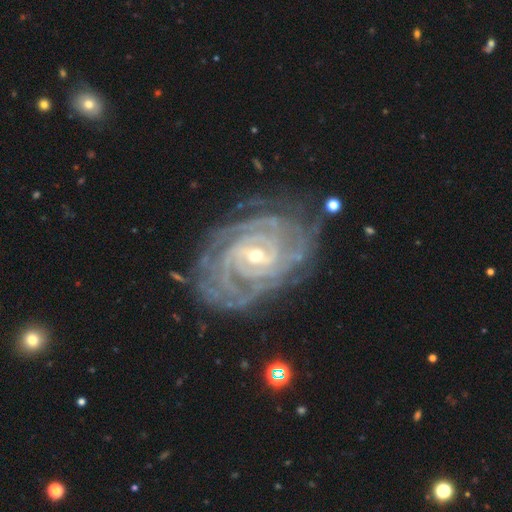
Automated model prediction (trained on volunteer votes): Smooth or featured? Predicted: featured or disk (p=0.92). Edge-on disk? Predicted: no (p=0.97). Bar? Predicted: weak (p=0.44). Spiral arms? Predicted: yes (p=0.98). Spiral winding? Predicted: tight (p=0.83). Spiral arm count? Predicted: can't tell (p=0.23). Bulge size? Predicted: small (p=0.61). Merging? Predicted: none (p=0.76).